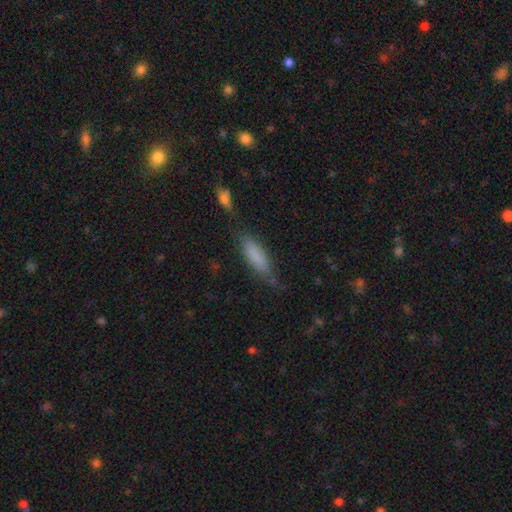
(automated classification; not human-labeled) Smooth or featured? Predicted: smooth (p=0.80). How rounded? Predicted: cigar-shaped (p=0.54). Merging? Predicted: none (p=0.66).